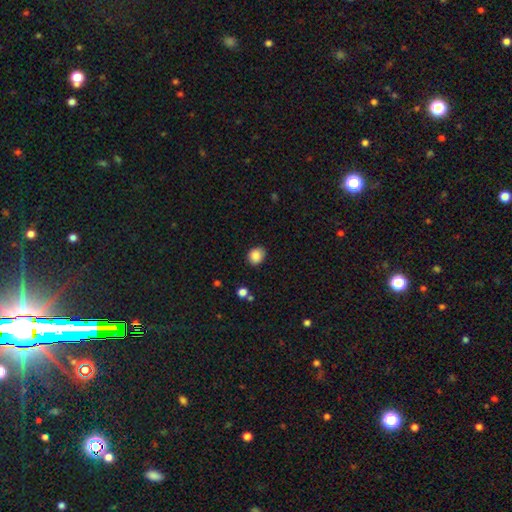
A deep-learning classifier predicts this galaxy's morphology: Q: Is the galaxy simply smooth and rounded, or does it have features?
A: smooth — 86%.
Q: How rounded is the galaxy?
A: round — 61%.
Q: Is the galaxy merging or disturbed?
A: none — 84%.